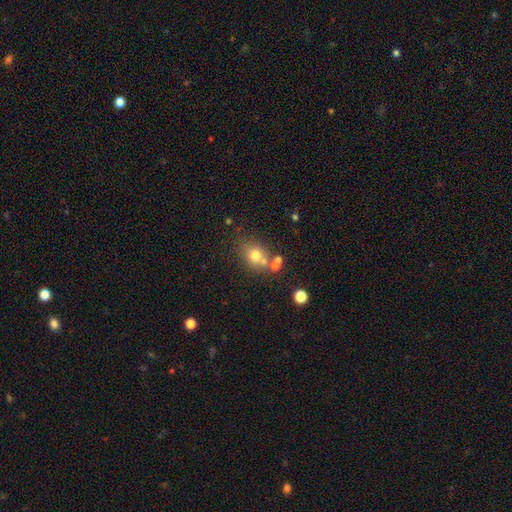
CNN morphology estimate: Smooth or featured? Predicted: smooth (p=0.70). How rounded? Predicted: round (p=0.64). Merging? Predicted: none (p=0.60).